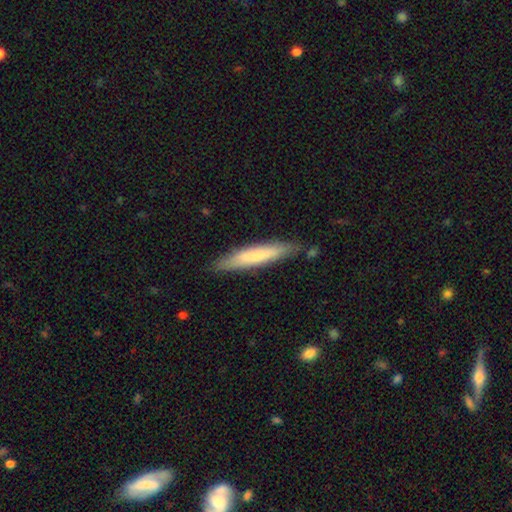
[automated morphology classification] Overall: smooth (69%). How rounded: cigar-shaped (90%). Merging: none (85%).